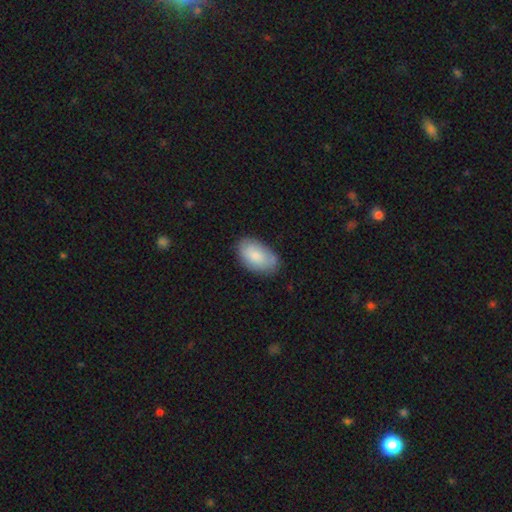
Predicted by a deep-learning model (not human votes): This appears to be a smooth galaxy with no disk features (82%) that is in between round and cigar-shaped (94%). Merging: none (74%).